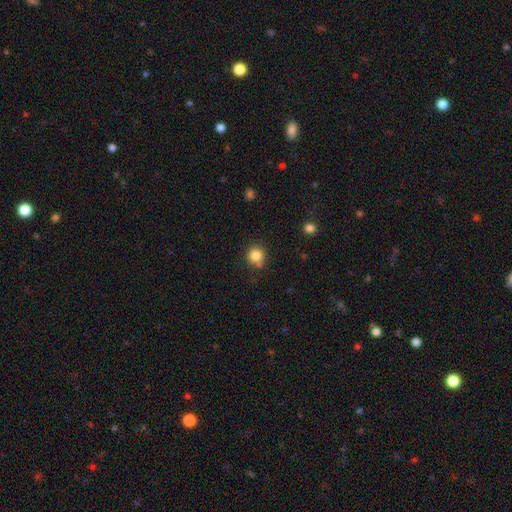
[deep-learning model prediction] Smooth or featured? Predicted: smooth (p=0.84). How rounded? Predicted: round (p=0.92). Merging? Predicted: none (p=0.75).